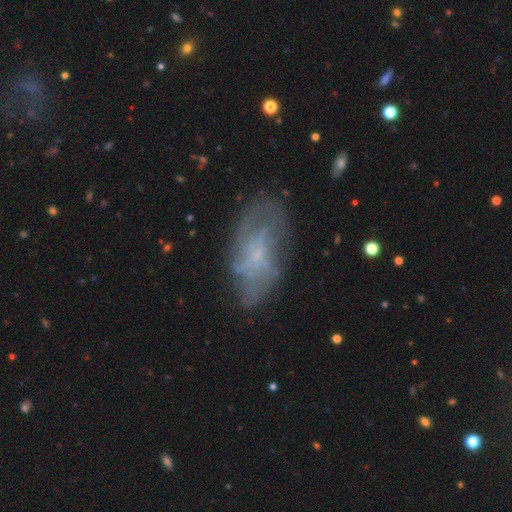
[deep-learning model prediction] Smooth or featured? Predicted: featured or disk (p=0.62). Edge-on disk? Predicted: no (p=0.92). Bar? Predicted: no (p=0.66). Spiral arms? Predicted: yes (p=0.66). Bulge size? Predicted: small (p=0.61). Merging? Predicted: none (p=0.68).